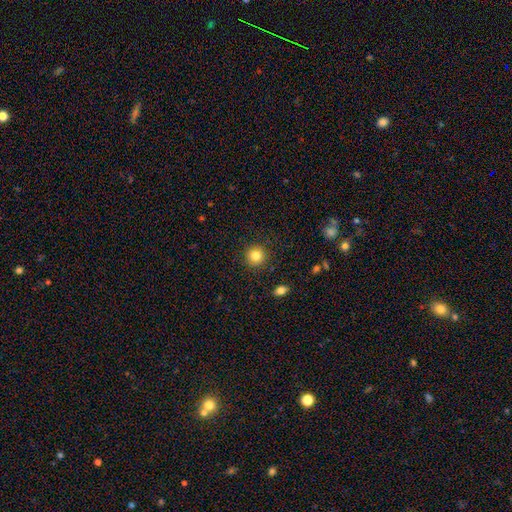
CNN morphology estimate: Smooth or featured?
  - smooth: 82% *
  - star or artifact: 11%
  - featured or disk: 7%
How rounded?
  - round: 93% *
  - in between: 6%
  - cigar-shaped: 1%
Merging?
  - none: 90% *
  - minor disturbance: 6%
  - major disturbance: 2%
  - merger: 1%